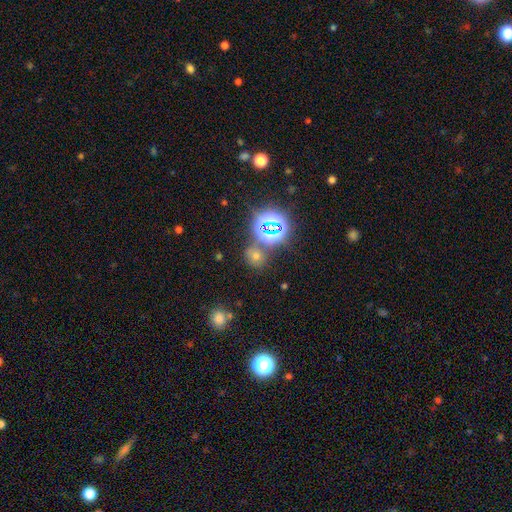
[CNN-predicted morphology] A star or artifact, not a galaxy (46%, tied with smooth).